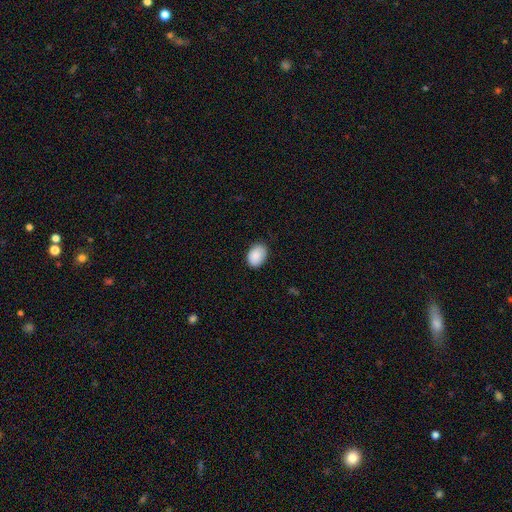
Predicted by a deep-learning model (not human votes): A smooth galaxy with no disk features (89%) that is in between round and cigar-shaped (81%).

Vote fractions:
- Smooth or featured? smooth: 89% / star or artifact: 7% / featured or disk: 5%
- How rounded? in between: 81% / round: 18% / cigar-shaped: 1%
- Merging? none: 83% / minor disturbance: 13% / major disturbance: 2% / merger: 1%